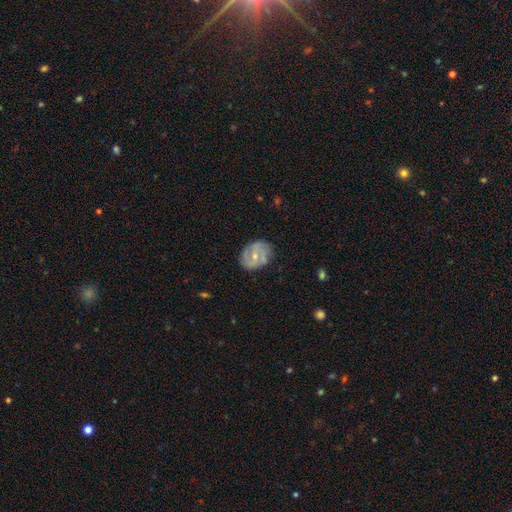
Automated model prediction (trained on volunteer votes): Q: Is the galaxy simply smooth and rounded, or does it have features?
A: featured or disk — 67%.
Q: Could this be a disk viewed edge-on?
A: no — 97%.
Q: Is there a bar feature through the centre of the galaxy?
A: weak — 45%.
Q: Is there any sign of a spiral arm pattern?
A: yes — 82%.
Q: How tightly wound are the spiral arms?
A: medium — 42%.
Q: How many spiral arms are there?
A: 2 — 51%.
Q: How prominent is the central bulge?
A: small — 53%.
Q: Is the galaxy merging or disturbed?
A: none — 72%.